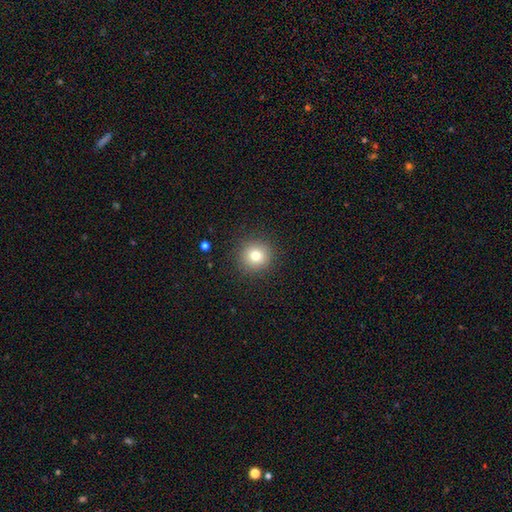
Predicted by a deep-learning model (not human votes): The model was most divided on "smooth or featured": smooth: 78%, star or artifact: 13%, featured or disk: 9%. More confident: how rounded — round (94%); merging — none (90%).